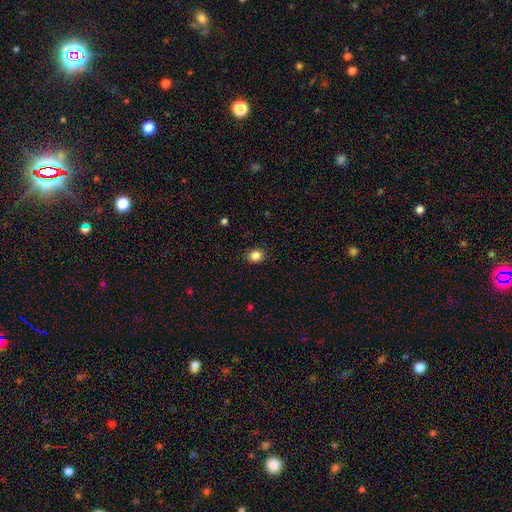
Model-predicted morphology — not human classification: smooth_or_featured: smooth (p=0.86) [alt: star or artifact p=0.11]
how_rounded: round (p=0.68) [alt: in between p=0.31]
merging: none (p=0.90) [alt: minor disturbance p=0.07]